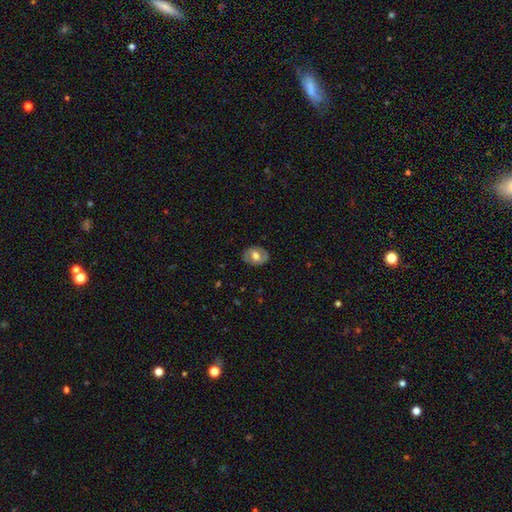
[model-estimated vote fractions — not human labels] This is possibly a smooth galaxy (54%). How rounded: likely in between (65%). Merging: clearly none (81%).